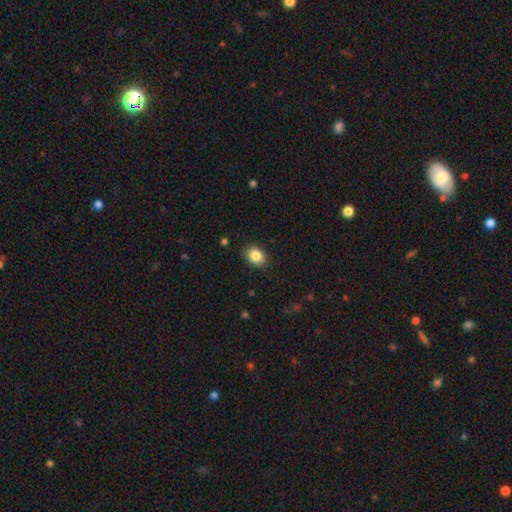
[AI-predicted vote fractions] Smooth or featured: smooth — 85% (star or artifact — 9%)
How rounded: in between — 56% (round — 43%)
Merging: none — 88% (minor disturbance — 9%)